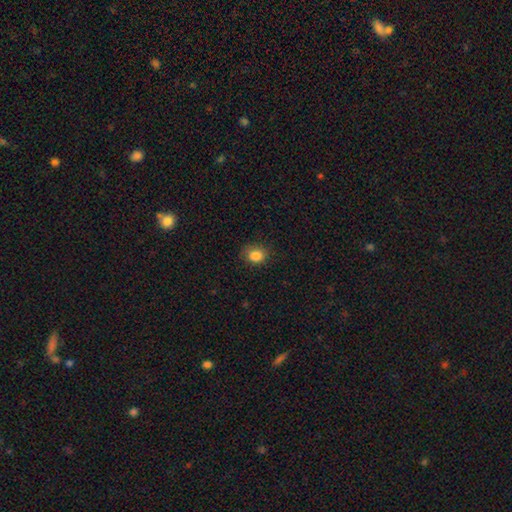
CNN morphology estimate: This appears to be a smooth galaxy with no disk features (85%) that is round (54%). Merging: none (77%).